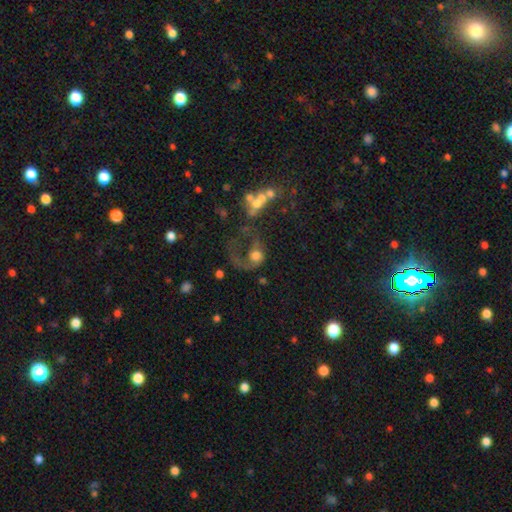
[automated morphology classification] smooth-or-featured: featured or disk: 53% | smooth: 37% | star or artifact: 11%
  disk-edge-on: no: 97% | yes: 3%
    bar: no: 83% | weak: 14% | strong: 4%
    has-spiral-arms: no: 51% | yes: 49%
    bulge-size: moderate: 42% | large: 27% | small: 13% | none: 13% | dominant: 6%
  merging: major disturbance: 53% | none: 20% | merger: 16% | minor disturbance: 11%